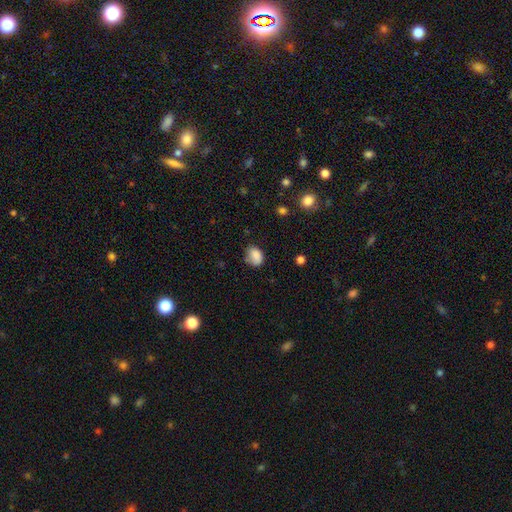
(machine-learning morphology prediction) smooth 84%, star or artifact 9%, featured or disk 7%. Down the decision tree: how rounded — in between (70%); merging — none (59%).